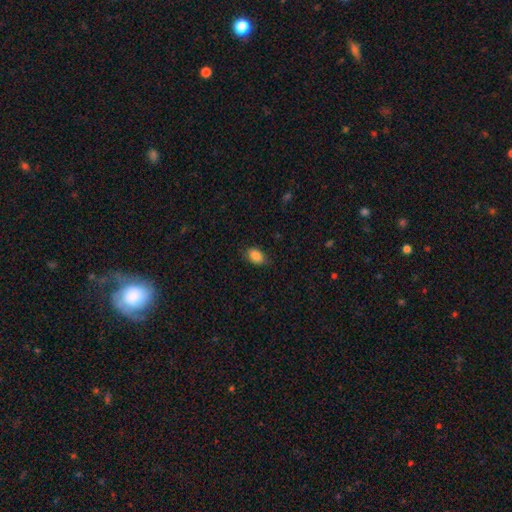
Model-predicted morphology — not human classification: type=smooth (87%); roundness=in between (88%); merging=none (83%).